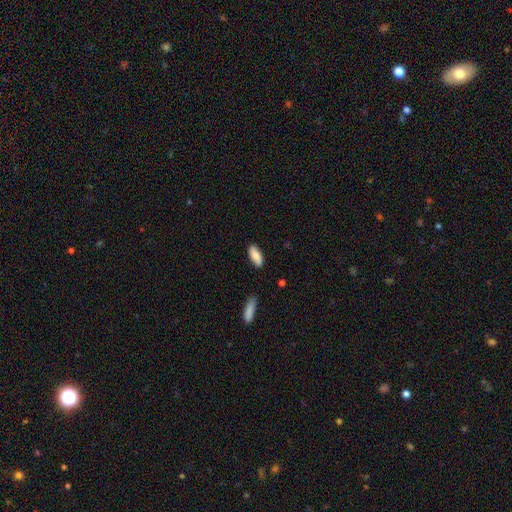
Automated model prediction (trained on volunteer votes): Smooth or featured? Predicted: smooth (p=0.83). How rounded? Predicted: in between (p=0.79). Merging? Predicted: none (p=0.85).